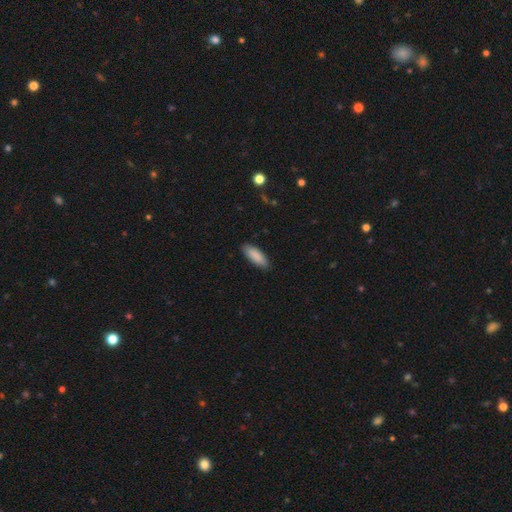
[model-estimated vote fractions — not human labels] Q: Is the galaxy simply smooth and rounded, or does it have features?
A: smooth — 89%.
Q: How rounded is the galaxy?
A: in between — 67%.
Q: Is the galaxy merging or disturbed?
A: none — 86%.